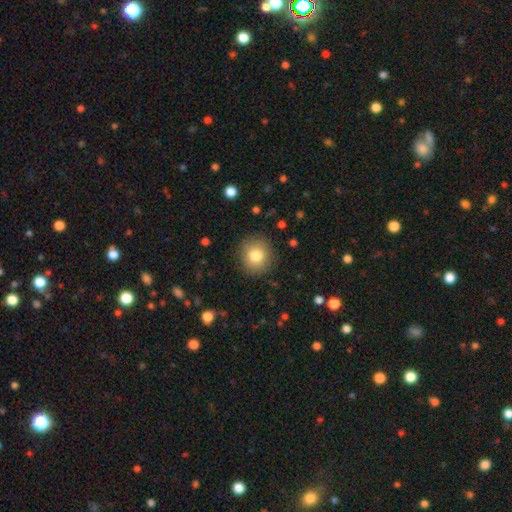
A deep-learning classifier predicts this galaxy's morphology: Smooth or featured? Predicted: smooth (p=0.81). How rounded? Predicted: round (p=0.85). Merging? Predicted: none (p=0.87).